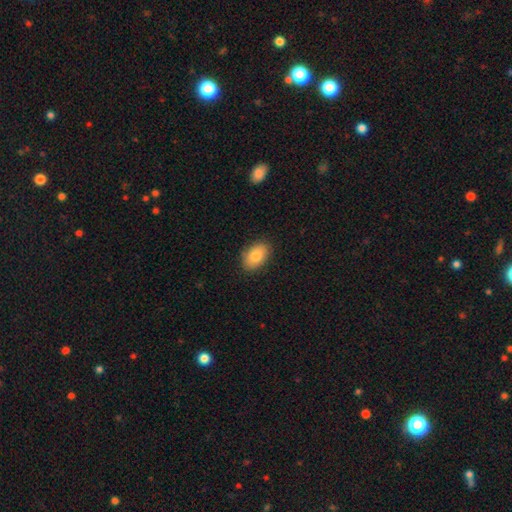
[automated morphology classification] Smooth or featured: smooth — 85% (featured or disk — 9%)
How rounded: in between — 89% (round — 10%)
Merging: none — 86% (minor disturbance — 11%)